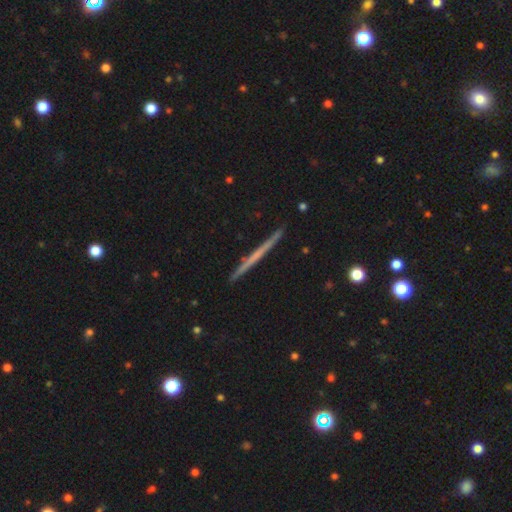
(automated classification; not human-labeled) Smooth or featured?
  - featured or disk: 58% *
  - smooth: 37%
  - star or artifact: 5%
Edge-on disk?
  - yes: 98% *
  - no: 2%
Edge-on bulge?
  - none: 89% *
  - rounded: 7%
  - boxy: 3%
Merging?
  - none: 92% *
  - minor disturbance: 5%
  - merger: 1%
  - major disturbance: 1%